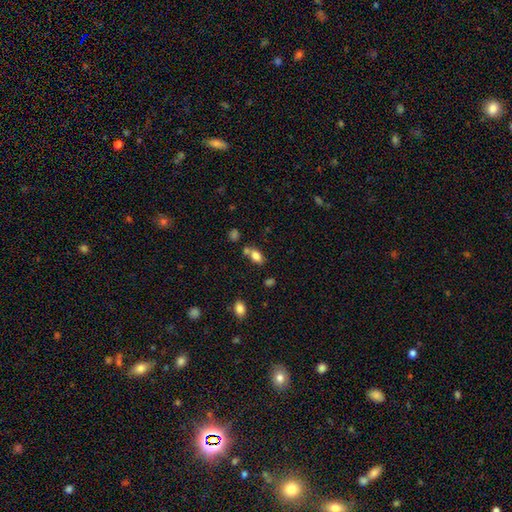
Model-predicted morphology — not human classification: smooth 82%, star or artifact 10%, featured or disk 9%. Down the decision tree: how rounded — in between (86%); merging — none (56%).